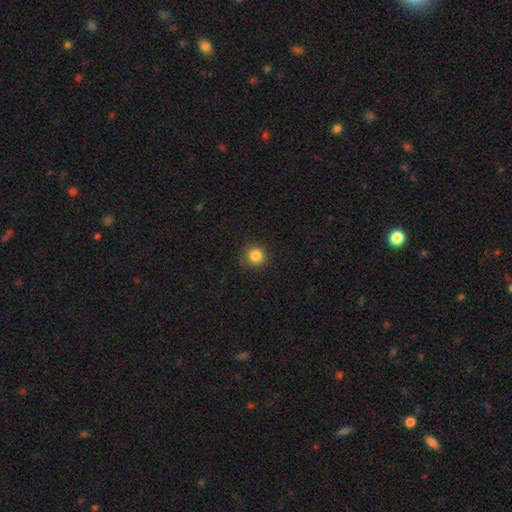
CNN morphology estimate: Smooth or featured?
  - smooth: 84% *
  - star or artifact: 11%
  - featured or disk: 4%
How rounded?
  - round: 93% *
  - in between: 6%
  - cigar-shaped: 1%
Merging?
  - none: 85% *
  - minor disturbance: 11%
  - major disturbance: 3%
  - merger: 1%